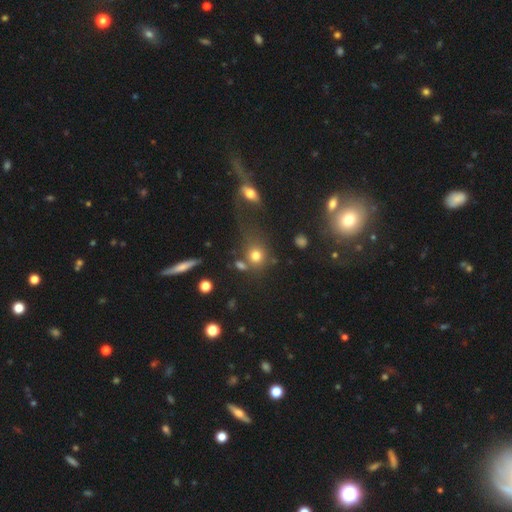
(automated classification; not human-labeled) smooth-or-featured: smooth: 74% | star or artifact: 15% | featured or disk: 11%
  how-rounded: round: 76% | in between: 22% | cigar-shaped: 2%
  merging: none: 48% | merger: 27% | minor disturbance: 12% | major disturbance: 12%